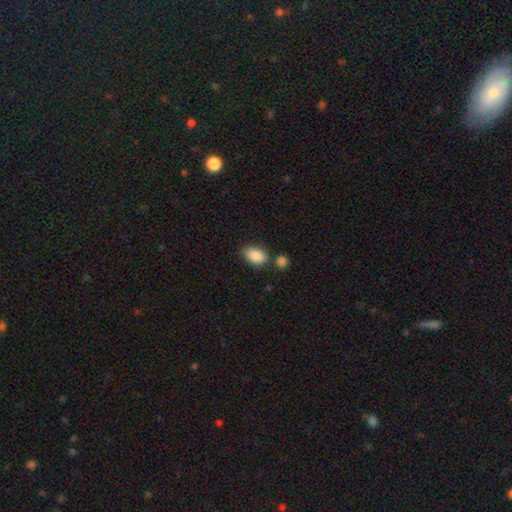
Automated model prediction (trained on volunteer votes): Morphology: type=smooth (88%); roundness=in between (89%); merging=none (66%).